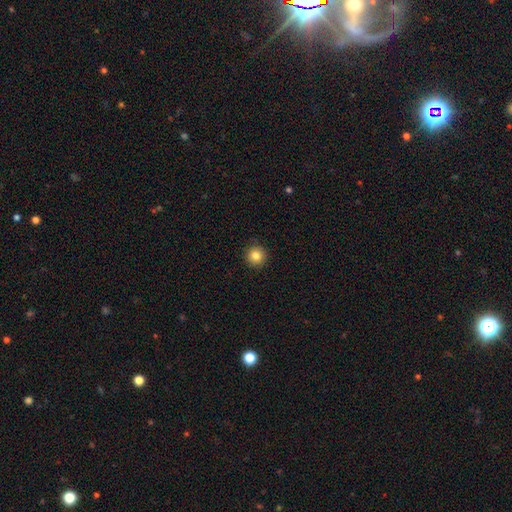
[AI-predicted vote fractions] This appears to be a smooth galaxy with no disk features (83%) that is round (95%). Merging: none (91%).